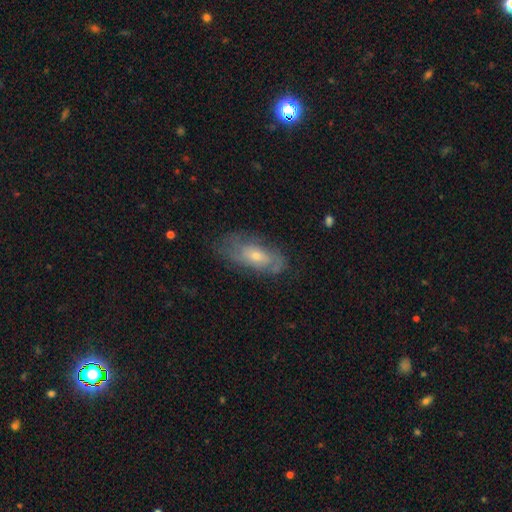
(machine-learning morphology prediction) A featured or disk galaxy (59%) with no bar (76%), spiral arms (73%) and a small central bulge (52%).

Vote fractions:
- Smooth or featured? featured or disk: 59% / smooth: 33% / star or artifact: 8%
- Edge-on disk? no: 87% / yes: 13%
- Bar? no: 76% / weak: 21% / strong: 4%
- Spiral arms? yes: 73% / no: 27%
- Bulge size? small: 52% / moderate: 43% / large: 2% / none: 2% / dominant: 1%
- Merging? none: 67% / minor disturbance: 23% / major disturbance: 9% / merger: 2%